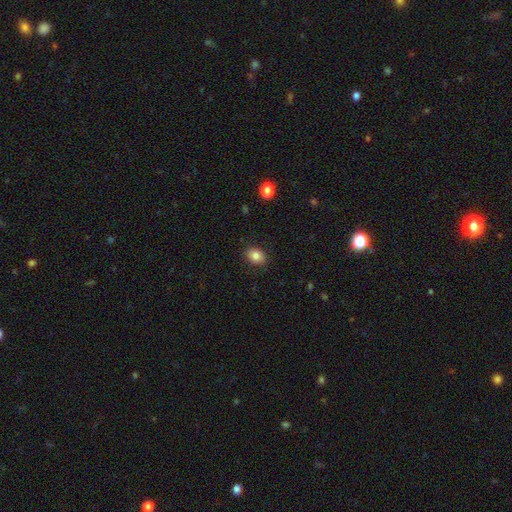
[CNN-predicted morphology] Smooth or featured? Predicted: smooth (p=0.82). How rounded? Predicted: in between (p=0.65). Merging? Predicted: none (p=0.88).